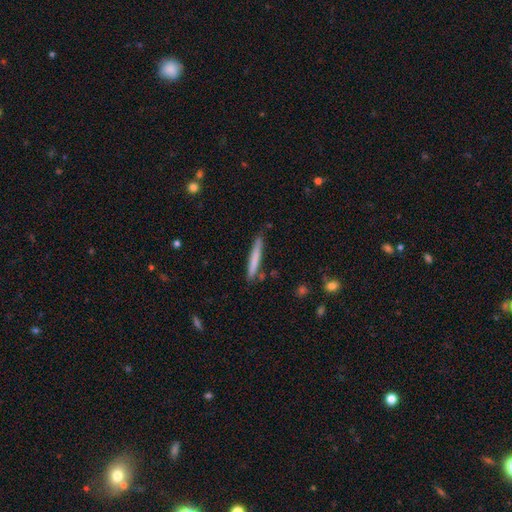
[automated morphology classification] A smooth galaxy with no disk features (68%) that is cigar-shaped (96%).

Vote fractions:
- Smooth or featured? smooth: 68% / featured or disk: 26% / star or artifact: 6%
- How rounded? cigar-shaped: 96% / in between: 2% / round: 1%
- Merging? none: 85% / minor disturbance: 11% / merger: 2% / major disturbance: 2%